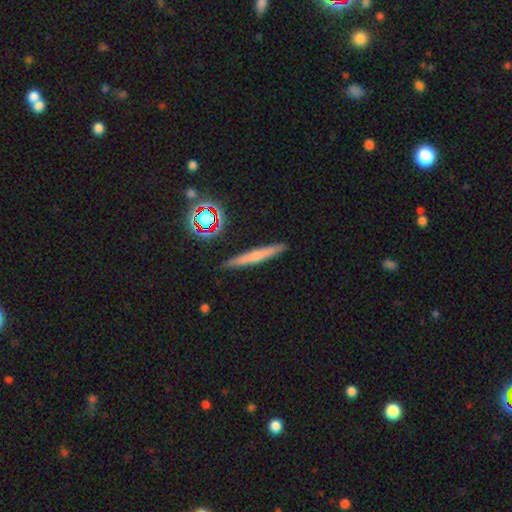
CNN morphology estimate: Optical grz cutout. It shows a smooth galaxy with no disk features (48%). Merging: none (90%).